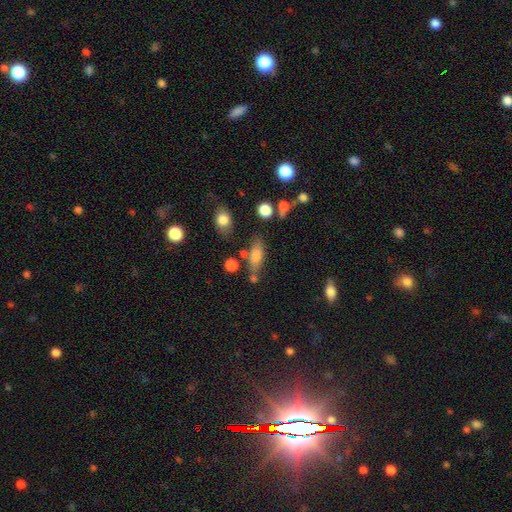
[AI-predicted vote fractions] This is likely a smooth galaxy (72%). How rounded: likely in between (66%). Merging: likely none (62%).